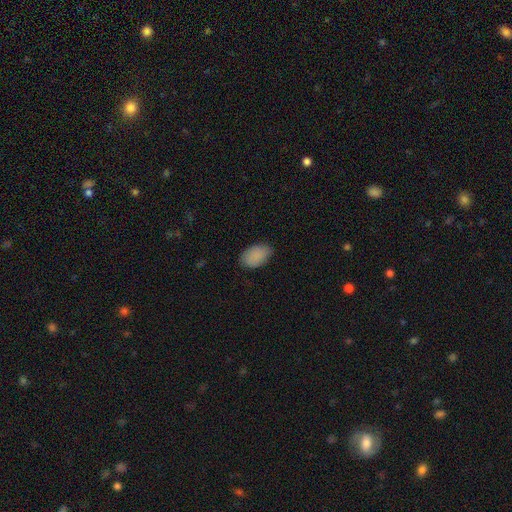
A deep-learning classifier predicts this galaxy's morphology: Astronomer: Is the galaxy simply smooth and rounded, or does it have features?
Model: smooth — 89%.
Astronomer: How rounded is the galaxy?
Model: in between — 92%.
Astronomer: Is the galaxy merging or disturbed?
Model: none — 78%.